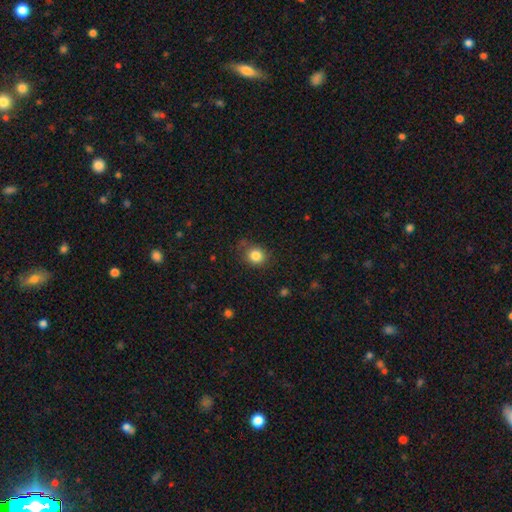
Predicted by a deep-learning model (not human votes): This appears to be a smooth galaxy with no disk features (84%) that is round (77%). Merging: none (73%).